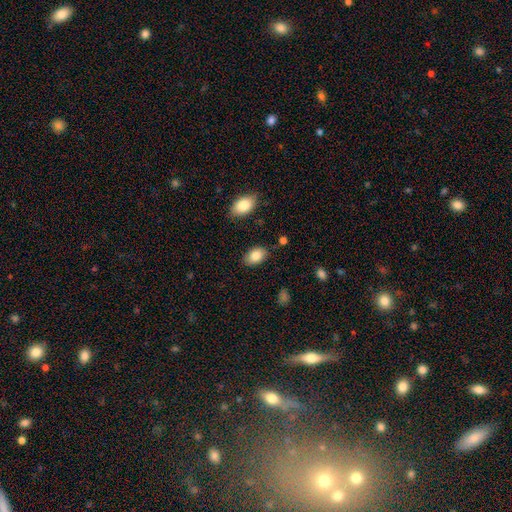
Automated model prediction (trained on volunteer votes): A smooth galaxy with no disk features (84%) that is in between round and cigar-shaped (90%).

Vote fractions:
- Smooth or featured? smooth: 84% / featured or disk: 9% / star or artifact: 7%
- How rounded? in between: 90% / round: 8% / cigar-shaped: 1%
- Merging? none: 85% / minor disturbance: 11% / major disturbance: 3% / merger: 2%